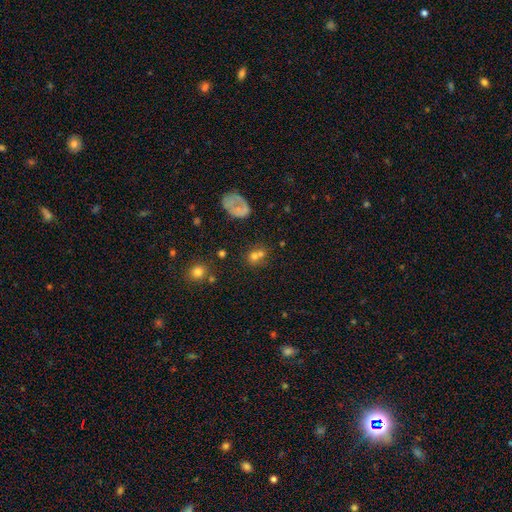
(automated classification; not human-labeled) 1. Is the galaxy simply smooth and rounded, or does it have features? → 64% smooth, 18% featured or disk, 18% star or artifact.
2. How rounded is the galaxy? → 73% round, 25% in between, 1% cigar-shaped.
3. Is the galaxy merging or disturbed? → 45% merger, 41% none, 9% minor disturbance, 5% major disturbance.